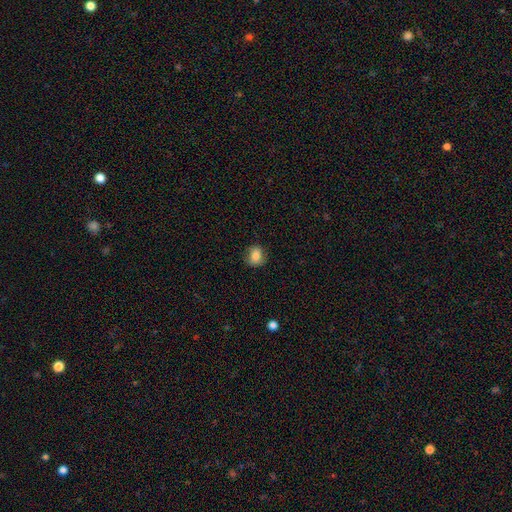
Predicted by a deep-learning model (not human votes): This appears to be a smooth galaxy with no disk features (83%) that is round (65%). Merging: none (82%).